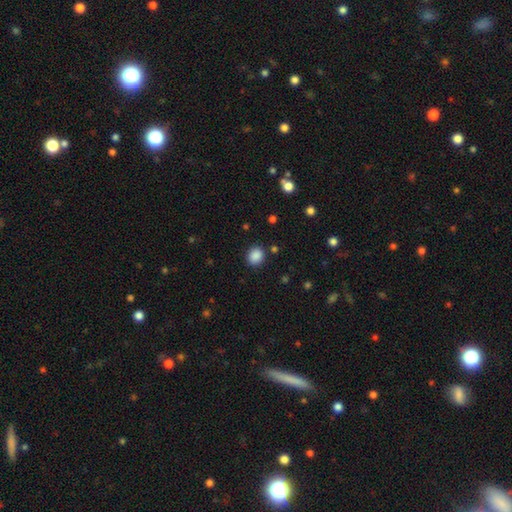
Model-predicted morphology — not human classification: smooth-or-featured: smooth: 88% | star or artifact: 9% | featured or disk: 3%
  how-rounded: round: 73% | in between: 26% | cigar-shaped: 1%
  merging: none: 88% | minor disturbance: 8% | major disturbance: 3% | merger: 1%